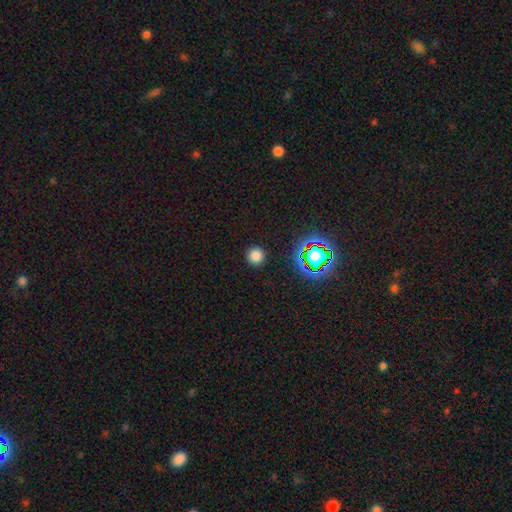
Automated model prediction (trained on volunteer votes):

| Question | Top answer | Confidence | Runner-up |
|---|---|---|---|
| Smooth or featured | smooth | 78% | star or artifact (18%) |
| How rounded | round | 95% | in between (4%) |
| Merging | none | 91% | minor disturbance (5%) |